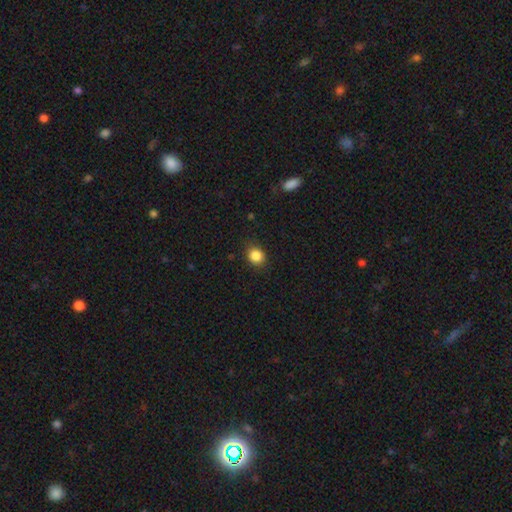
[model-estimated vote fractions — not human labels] This appears to be a smooth galaxy with no disk features (86%) that is round (71%). Merging: none (86%).